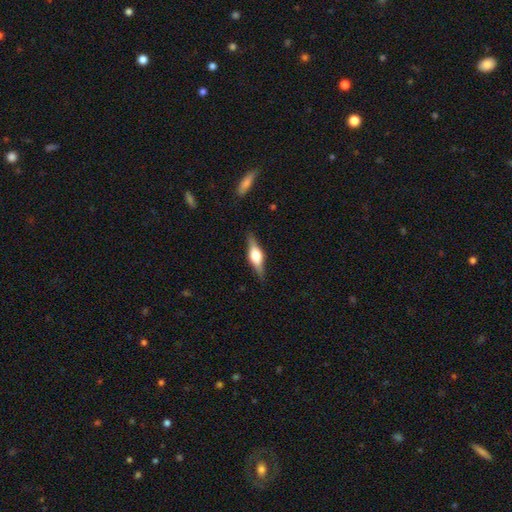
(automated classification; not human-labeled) A featured or disk galaxy (66%) viewed edge-on (96%) with a rounded central bulge (90%).

Vote fractions:
- Smooth or featured? featured or disk: 66% / smooth: 27% / star or artifact: 6%
- Edge-on disk? yes: 96% / no: 4%
- Edge-on bulge? rounded: 90% / boxy: 8% / none: 1%
- Merging? none: 87% / minor disturbance: 10% / major disturbance: 2% / merger: 1%